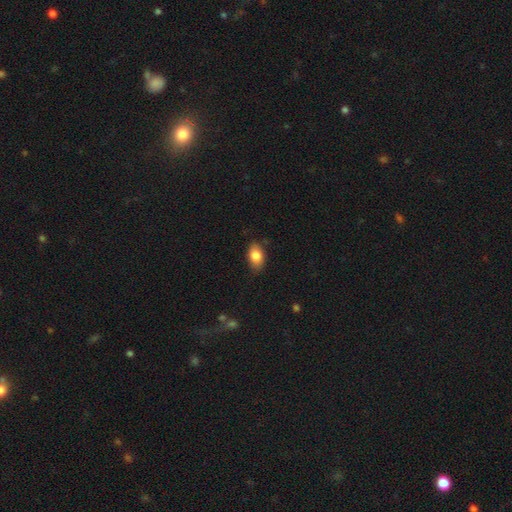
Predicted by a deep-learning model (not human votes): Overall: smooth (83%). How rounded: in between (86%). Merging: none (76%).